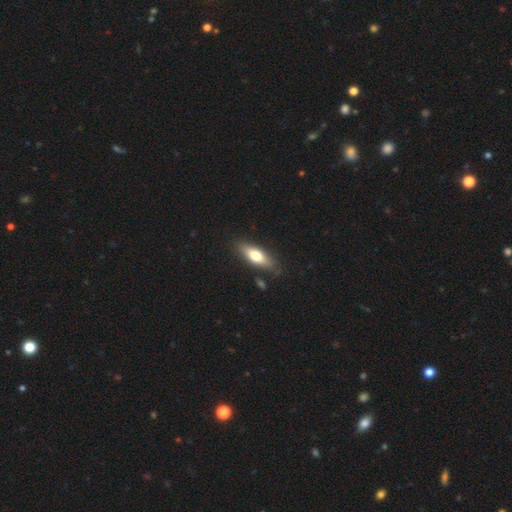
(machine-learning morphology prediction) Overall: smooth (66%; featured or disk 28%). How rounded: in between (61%; cigar-shaped 36%). Merging: none (82%).